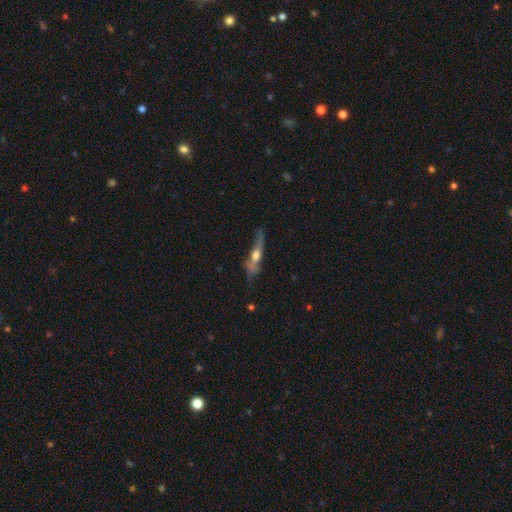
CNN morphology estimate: A featured or disk galaxy (55%) viewed edge-on (78%). Merging: none (48%).